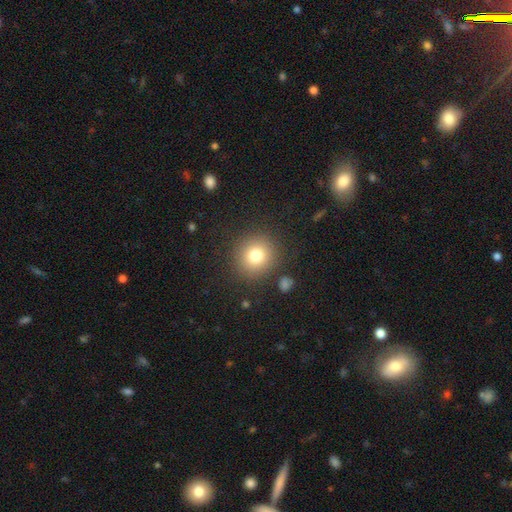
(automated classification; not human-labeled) Smooth or featured? Predicted: smooth (p=0.78). How rounded? Predicted: round (p=0.91). Merging? Predicted: none (p=0.87).